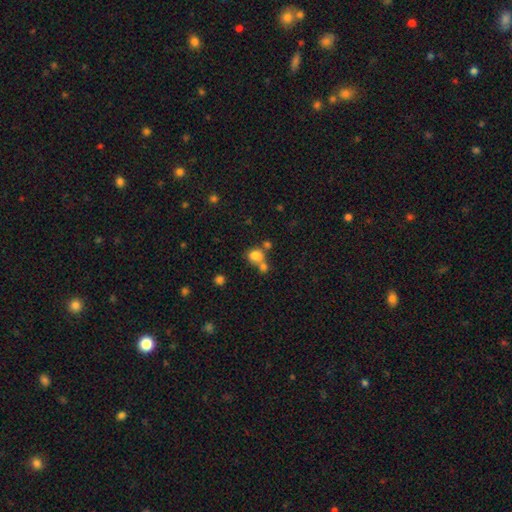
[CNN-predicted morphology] Overall: smooth (77%). How rounded: round (65%; in between 34%). Merging: merger (45%; none 40%).